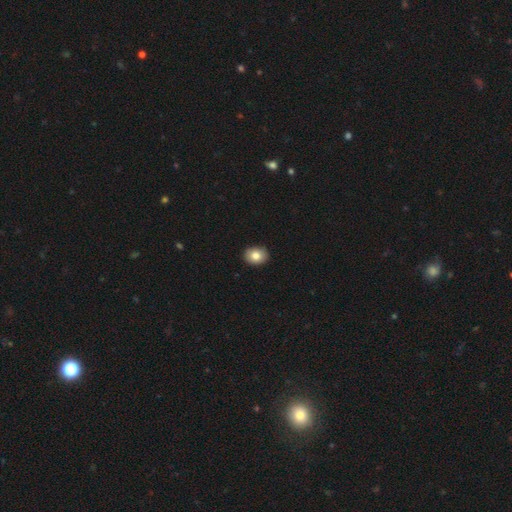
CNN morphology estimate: smooth-or-featured: smooth: 83% | featured or disk: 9% | star or artifact: 8%
  how-rounded: in between: 58% | round: 41% | cigar-shaped: 1%
  merging: none: 91% | minor disturbance: 7% | major disturbance: 2% | merger: 1%